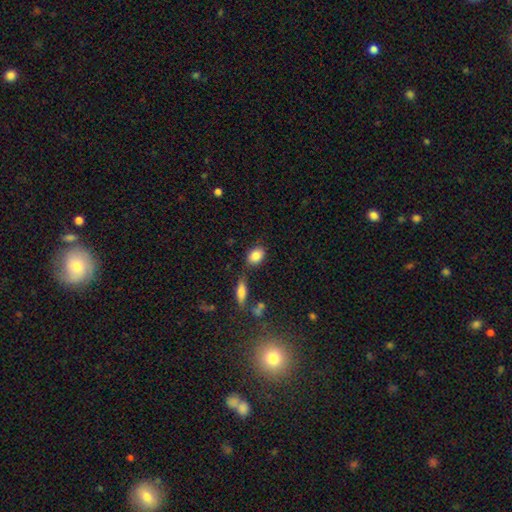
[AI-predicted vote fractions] Smooth or featured? smooth (84%)
How rounded? in between (77%)
Merging? none (72%)